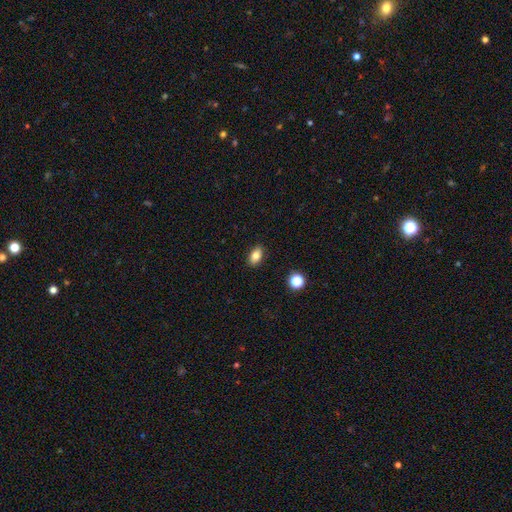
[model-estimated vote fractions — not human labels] A smooth galaxy with no disk features (81%) that is in between round and cigar-shaped (87%).

Vote fractions:
- Smooth or featured? smooth: 81% / star or artifact: 10% / featured or disk: 10%
- How rounded? in between: 87% / round: 10% / cigar-shaped: 3%
- Merging? none: 88% / minor disturbance: 8% / major disturbance: 2% / merger: 1%